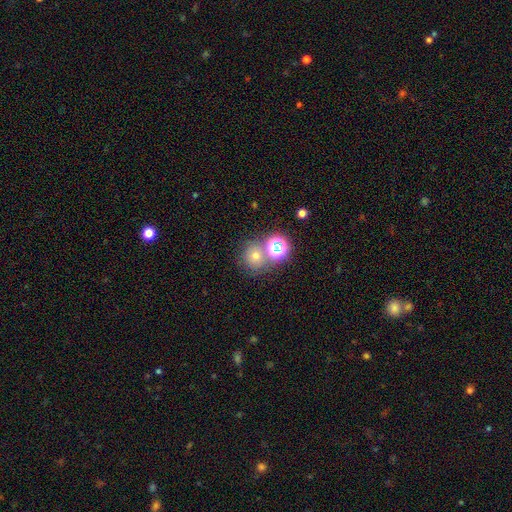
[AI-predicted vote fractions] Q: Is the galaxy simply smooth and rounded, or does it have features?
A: smooth — 61%.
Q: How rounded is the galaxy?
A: round — 86%.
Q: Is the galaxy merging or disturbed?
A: none — 59%.